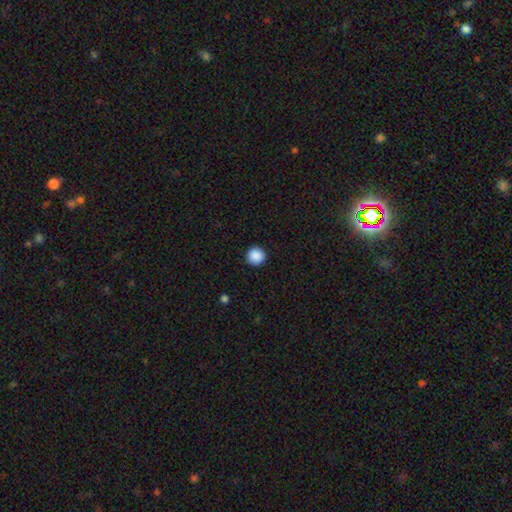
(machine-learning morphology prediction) Smooth or featured?
  - smooth: 89% *
  - star or artifact: 9%
  - featured or disk: 2%
How rounded?
  - round: 96% *
  - in between: 3%
  - cigar-shaped: 1%
Merging?
  - none: 93% *
  - minor disturbance: 5%
  - major disturbance: 2%
  - merger: 1%